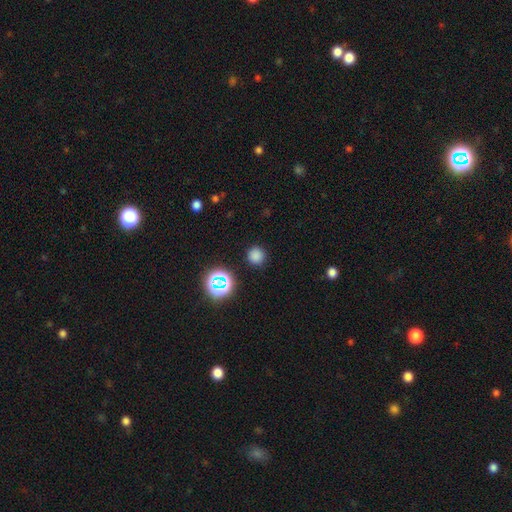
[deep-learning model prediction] This is likely a smooth galaxy (76%). How rounded: clearly round (93%). Merging: clearly none (89%).